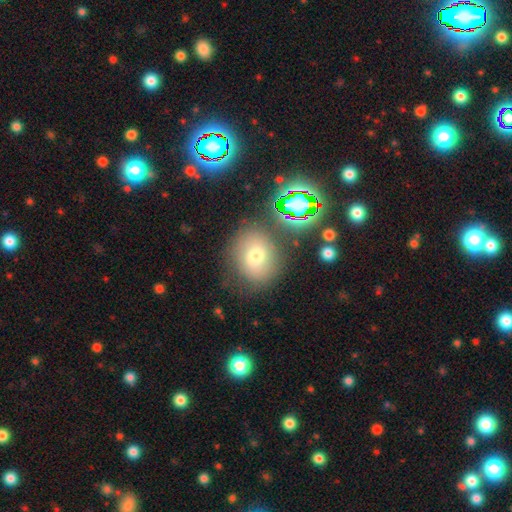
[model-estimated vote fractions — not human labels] A smooth galaxy with no disk features (67%) that is round (63%).

Vote fractions:
- Smooth or featured? smooth: 67% / star or artifact: 17% / featured or disk: 16%
- How rounded? round: 63% / in between: 36% / cigar-shaped: 1%
- Merging? none: 74% / minor disturbance: 14% / major disturbance: 6% / merger: 5%